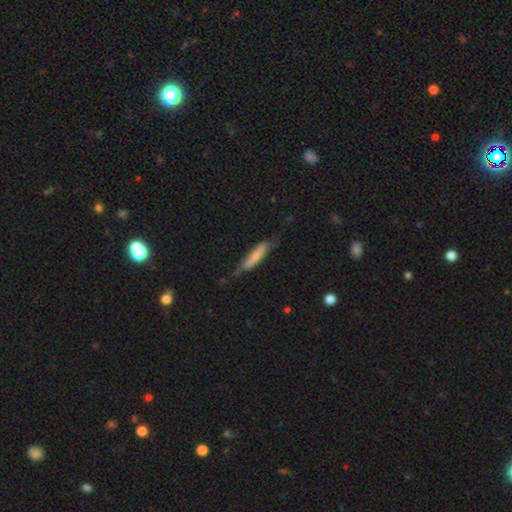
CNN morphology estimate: Smooth or featured?
  - smooth: 54% *
  - featured or disk: 40%
  - star or artifact: 6%
How rounded?
  - cigar-shaped: 77% *
  - in between: 21%
  - round: 2%
Merging?
  - none: 53% *
  - minor disturbance: 32%
  - major disturbance: 12%
  - merger: 3%